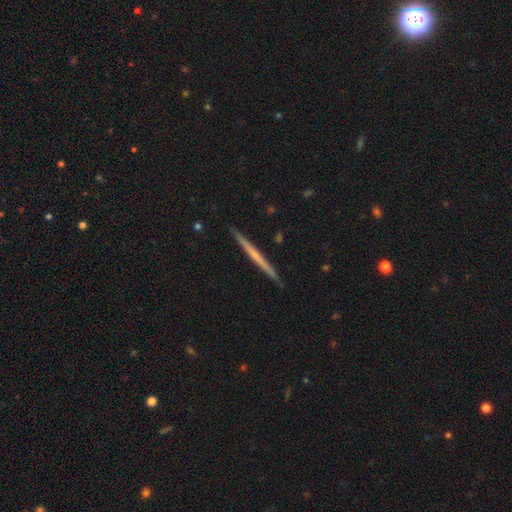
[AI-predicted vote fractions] featured or disk 56%, smooth 39%, star or artifact 5%. Down the decision tree: edge-on disk — yes (98%); edge-on bulge — none (82%); merging — none (92%).